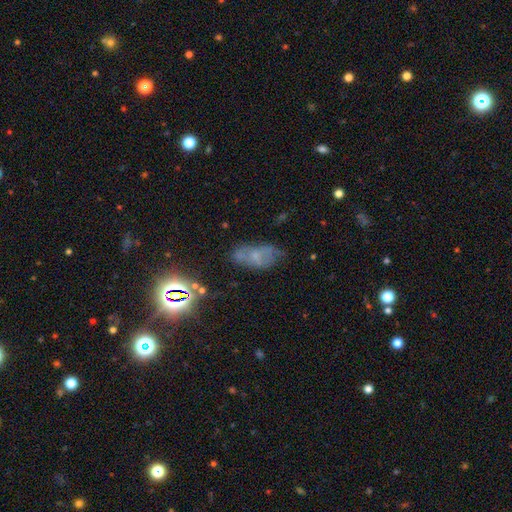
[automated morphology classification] A featured or disk galaxy (38%). Merging: none (53%).